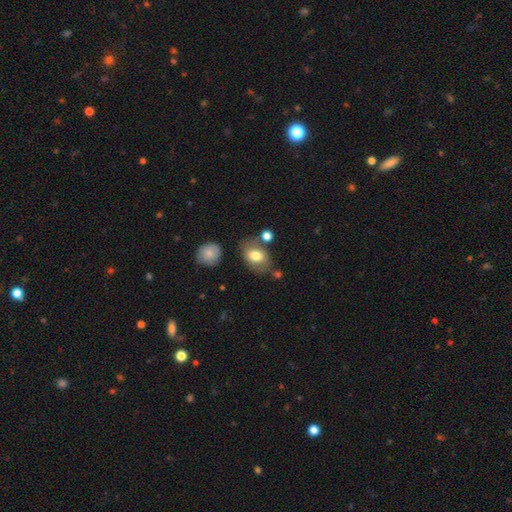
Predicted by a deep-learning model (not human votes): Smooth or featured? Predicted: smooth (p=0.71). How rounded? Predicted: in between (p=0.77). Merging? Predicted: none (p=0.64).